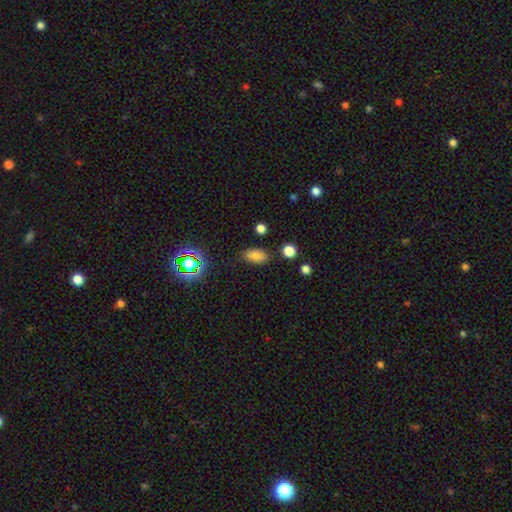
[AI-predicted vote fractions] This appears to be a smooth galaxy with no disk features (79%) that is in between round and cigar-shaped (89%). Merging: none (81%).